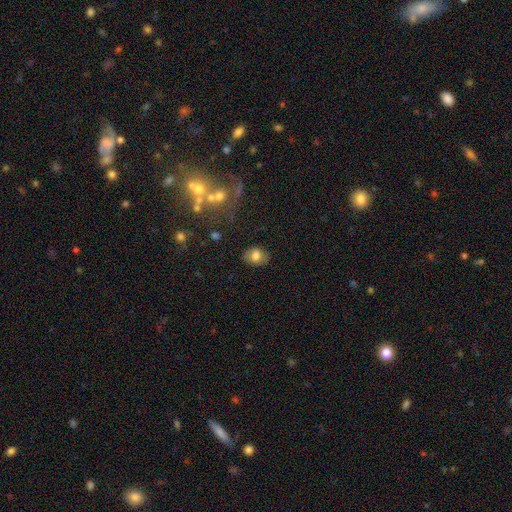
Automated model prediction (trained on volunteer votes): This is likely a smooth galaxy (74%). How rounded: possibly in between (60%). Merging: clearly none (81%).